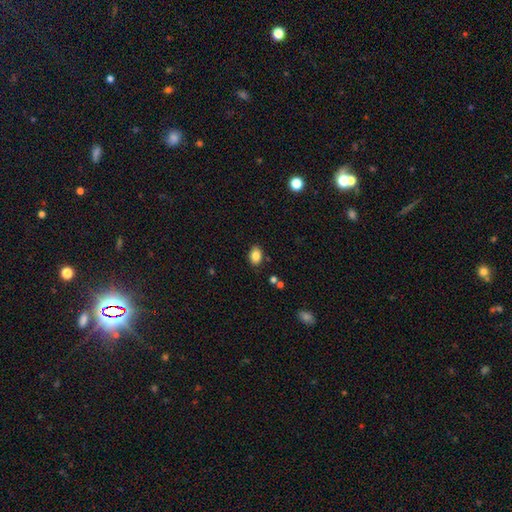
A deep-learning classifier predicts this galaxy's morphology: A smooth galaxy with no disk features (85%) that is in between round and cigar-shaped (80%).

Vote fractions:
- Smooth or featured? smooth: 85% / star or artifact: 9% / featured or disk: 6%
- How rounded? in between: 80% / round: 19% / cigar-shaped: 1%
- Merging? none: 85% / minor disturbance: 10% / major disturbance: 2% / merger: 2%